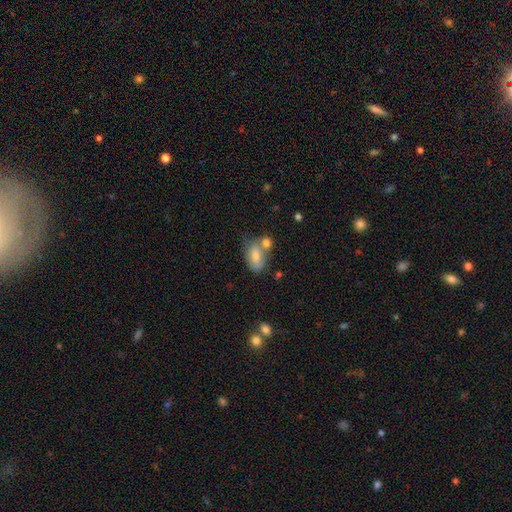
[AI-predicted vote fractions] Overall: smooth (75%). How rounded: in between (88%). Merging: merger (38%, tied with none).